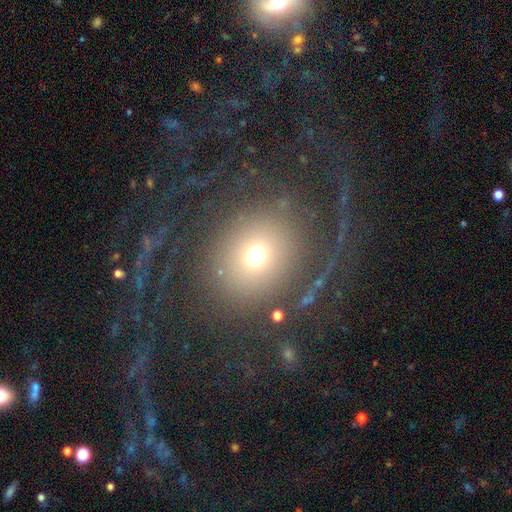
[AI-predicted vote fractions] Smooth or featured: smooth — 56% (featured or disk — 24%)
How rounded: round — 77% (in between — 22%)
Merging: none — 67% (major disturbance — 18%)